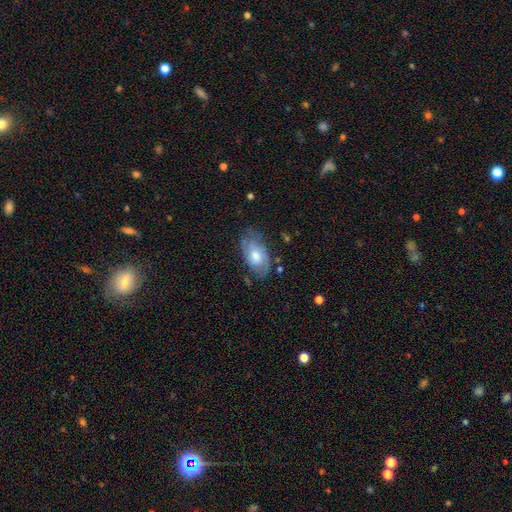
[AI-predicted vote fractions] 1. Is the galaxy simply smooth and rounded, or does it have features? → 50% smooth, 43% featured or disk, 7% star or artifact.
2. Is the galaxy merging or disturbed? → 65% none, 25% minor disturbance, 8% major disturbance, 2% merger.